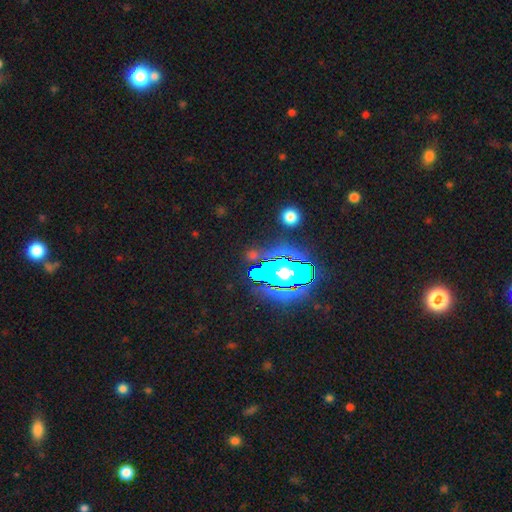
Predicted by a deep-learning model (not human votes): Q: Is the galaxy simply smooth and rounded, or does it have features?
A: star or artifact — 58%.